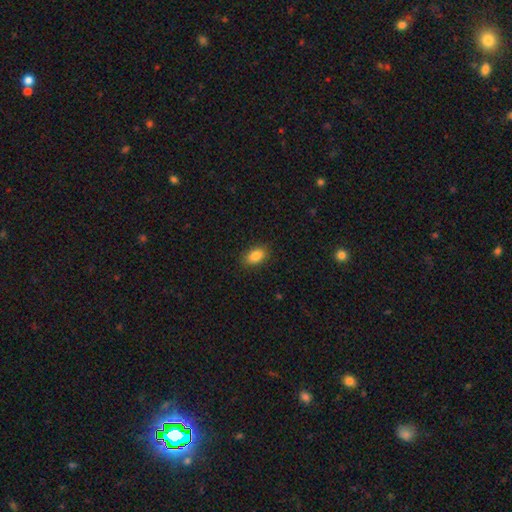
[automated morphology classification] This is clearly a smooth galaxy (86%). How rounded: clearly in between (88%). Merging: clearly none (88%).